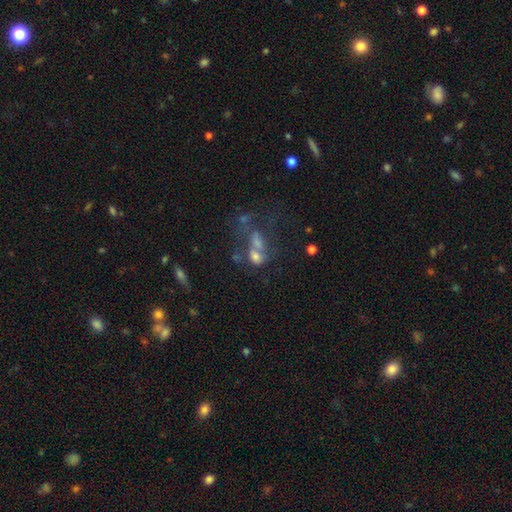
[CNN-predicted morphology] Smooth or featured?
  - smooth: 50% *
  - featured or disk: 29%
  - star or artifact: 21%
How rounded?
  - in between: 65% *
  - round: 31%
  - cigar-shaped: 4%
Merging?
  - merger: 49% *
  - none: 24%
  - major disturbance: 17%
  - minor disturbance: 10%